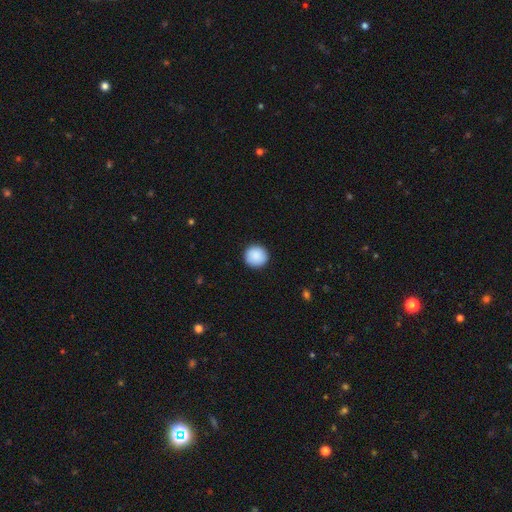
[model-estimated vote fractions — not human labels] Overall: smooth (90%). How rounded: round (95%). Merging: none (92%).